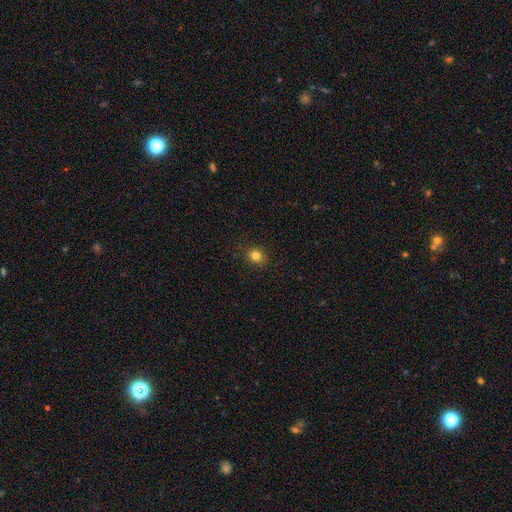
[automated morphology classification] Smooth or featured?
  - smooth: 82% *
  - star or artifact: 13%
  - featured or disk: 6%
How rounded?
  - round: 80% *
  - in between: 19%
  - cigar-shaped: 1%
Merging?
  - none: 89% *
  - minor disturbance: 8%
  - major disturbance: 2%
  - merger: 1%